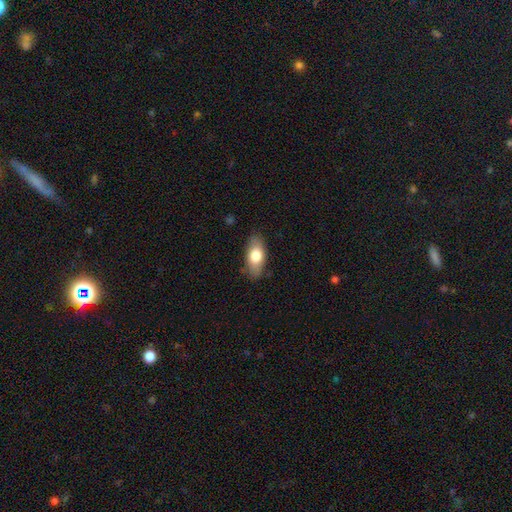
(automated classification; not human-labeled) Morphology: type=smooth (73%); roundness=in between (86%); merging=none (82%).